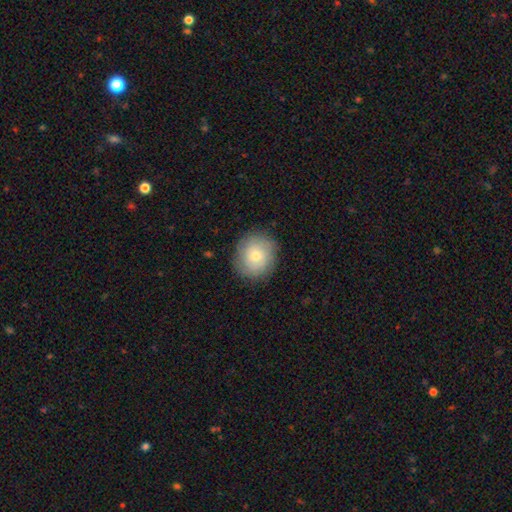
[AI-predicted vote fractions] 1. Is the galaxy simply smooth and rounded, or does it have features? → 73% smooth, 18% featured or disk, 9% star or artifact.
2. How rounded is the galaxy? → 82% round, 17% in between, 1% cigar-shaped.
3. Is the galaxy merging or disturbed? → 86% none, 10% minor disturbance, 3% major disturbance, 1% merger.